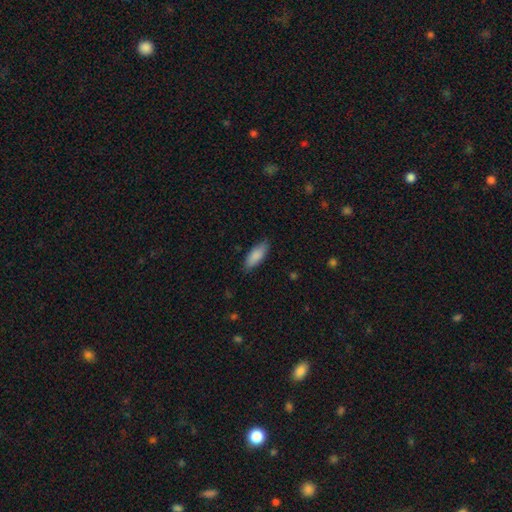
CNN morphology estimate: Smooth or featured? Predicted: smooth (p=0.86). How rounded? Predicted: in between (p=0.72). Merging? Predicted: none (p=0.82).